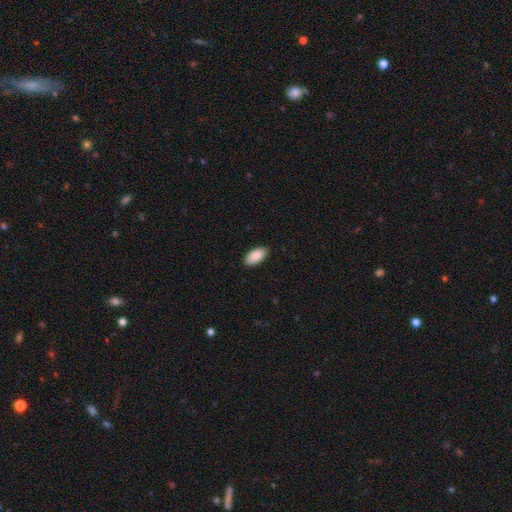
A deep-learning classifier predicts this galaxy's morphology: A smooth galaxy with no disk features (88%) that is in between round and cigar-shaped (95%). Merging: none (86%).